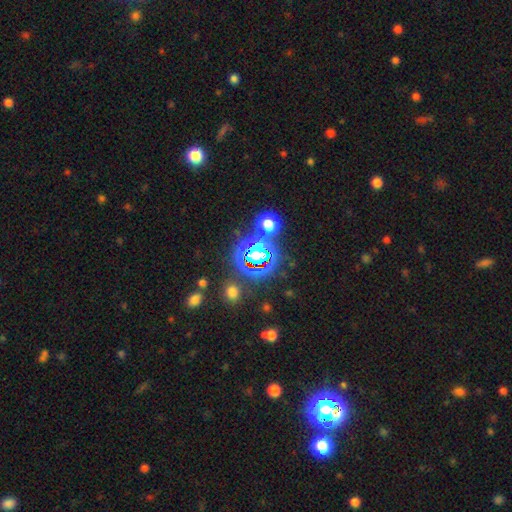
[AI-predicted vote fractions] The model was most divided on "smooth or featured": star or artifact: 64%, smooth: 25%, featured or disk: 11%.